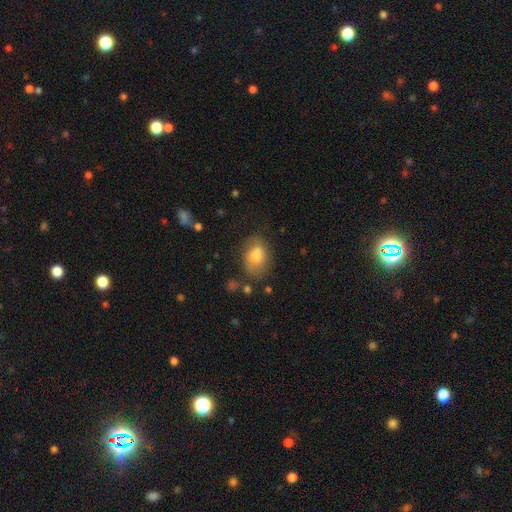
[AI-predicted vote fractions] Morphology: type=smooth (76%); roundness=in between (76%); merging=none (66%).